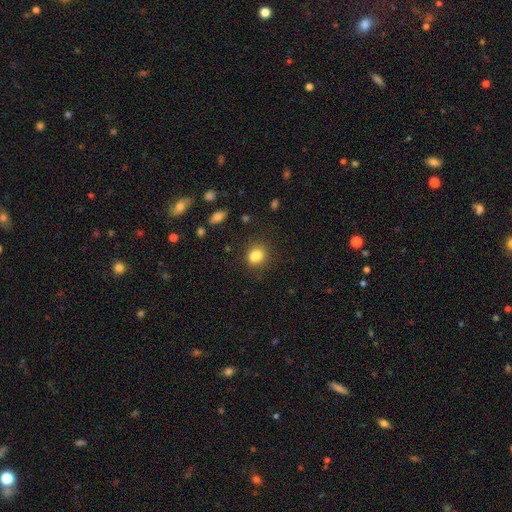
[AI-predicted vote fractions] Smooth or featured: smooth — 81% (star or artifact — 11%)
How rounded: round — 57% (in between — 42%)
Merging: none — 63% (merger — 17%)